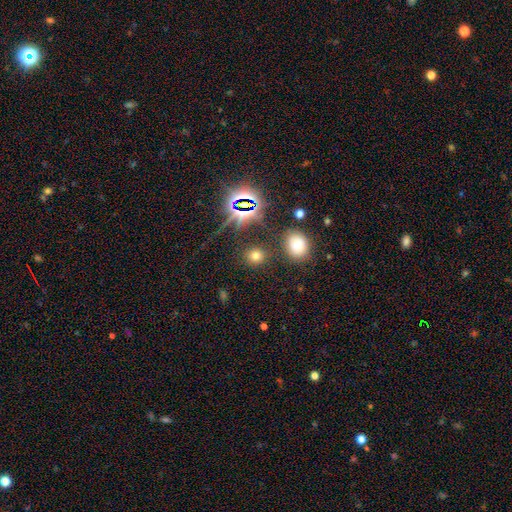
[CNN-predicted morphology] Smooth or featured? smooth (63%)
How rounded? round (81%)
Merging? none (86%)